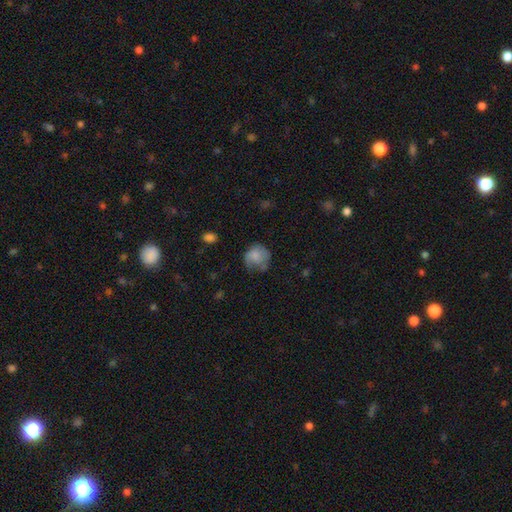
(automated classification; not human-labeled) Morphology: type=smooth (70%); roundness=round (79%); merging=none (51%).